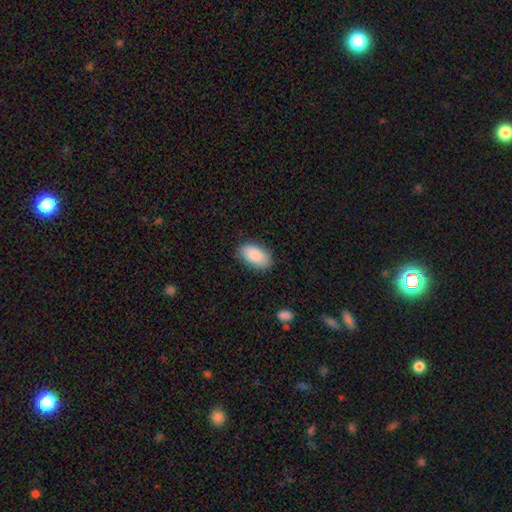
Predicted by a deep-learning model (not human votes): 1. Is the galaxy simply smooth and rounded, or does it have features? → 88% smooth, 6% star or artifact, 6% featured or disk.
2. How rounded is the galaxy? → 95% in between, 4% round, 2% cigar-shaped.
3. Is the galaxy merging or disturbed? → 83% none, 13% minor disturbance, 3% major disturbance, 1% merger.